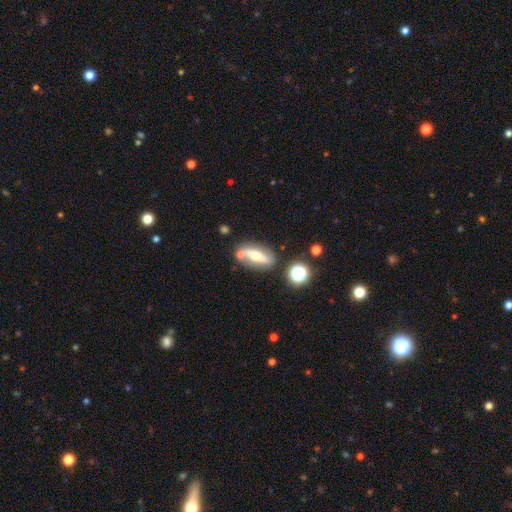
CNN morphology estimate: type=featured or disk (55%); edge-on=no (54%); merging=none (72%).